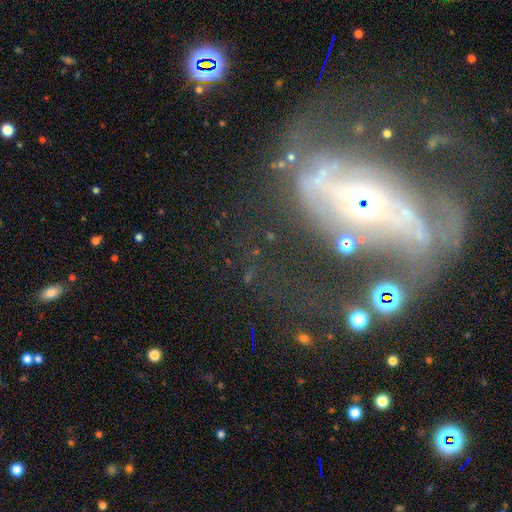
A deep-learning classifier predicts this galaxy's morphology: A featured or disk galaxy (77%) with no bar (48%), 2 (50%) medium (37%) spiral arms (71%) and a small central bulge (46%).

Vote fractions:
- Smooth or featured? featured or disk: 77% / star or artifact: 12% / smooth: 11%
- Edge-on disk? no: 92% / yes: 8%
- Bar? no: 48% / weak: 29% / strong: 23%
- Spiral arms? yes: 71% / no: 29%
- Spiral winding? medium: 37% / loose: 33% / tight: 30%
- Spiral arm count? 2: 50% / can't tell: 28% / 1: 7% / 3: 6% / 4: 4% / more than 4: 4%
- Bulge size? small: 46% / moderate: 40% / large: 6% / none: 5% / dominant: 2%
- Merging? none: 37% (tied) / major disturbance: 37% (tied) / minor disturbance: 17% / merger: 10%